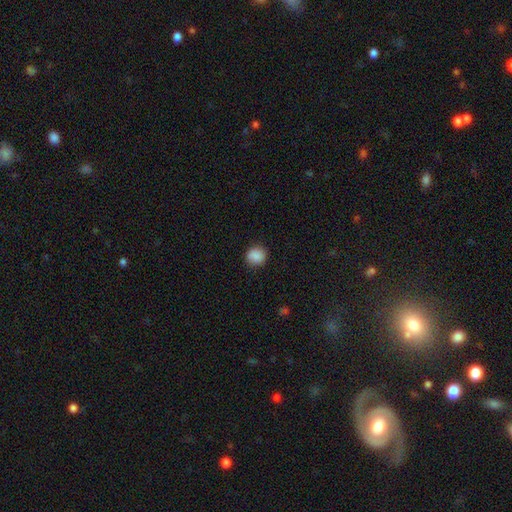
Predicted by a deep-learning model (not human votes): A smooth galaxy with no disk features (88%) that is round (82%). Merging: none (88%).